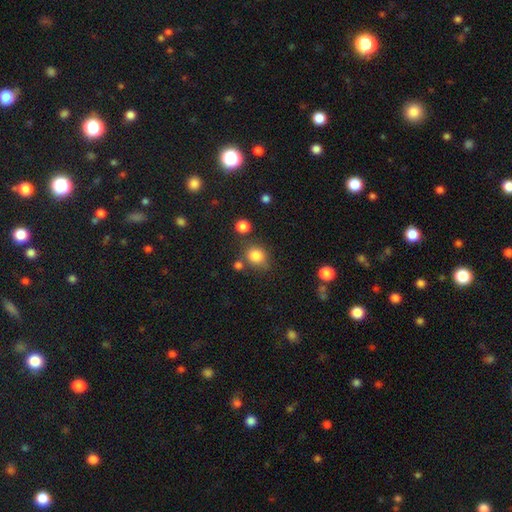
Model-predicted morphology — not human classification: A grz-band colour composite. It shows a smooth galaxy with no disk features (83%) that is round (72%). Merging: none (67%).